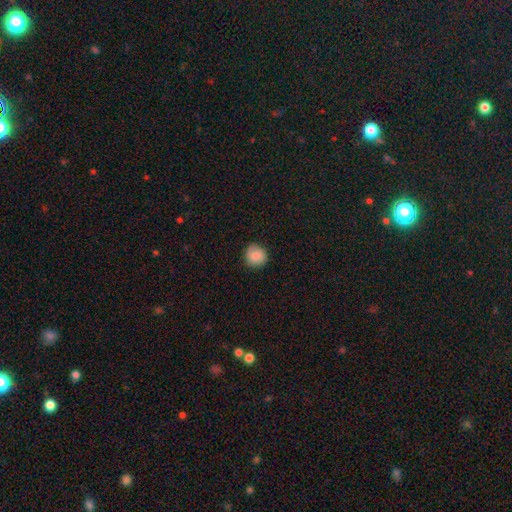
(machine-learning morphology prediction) Smooth or featured: smooth — 86% (star or artifact — 8%)
How rounded: round — 90% (in between — 9%)
Merging: none — 84% (minor disturbance — 13%)